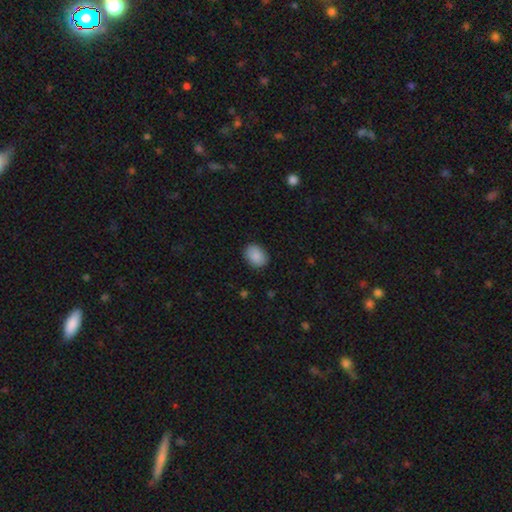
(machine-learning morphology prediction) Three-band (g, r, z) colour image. It shows a smooth galaxy with no disk features (90%) that is in between round and cigar-shaped (66%). Merging: none (87%).